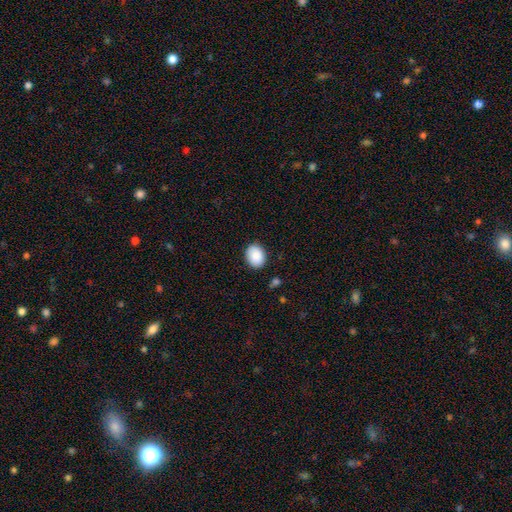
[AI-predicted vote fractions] Morphology: type=smooth (89%); roundness=in between (70%); merging=none (88%).